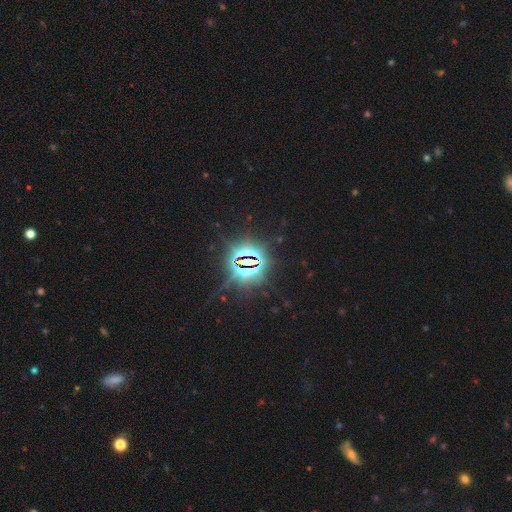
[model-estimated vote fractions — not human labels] star or artifact 86%, featured or disk 7%, smooth 7%.